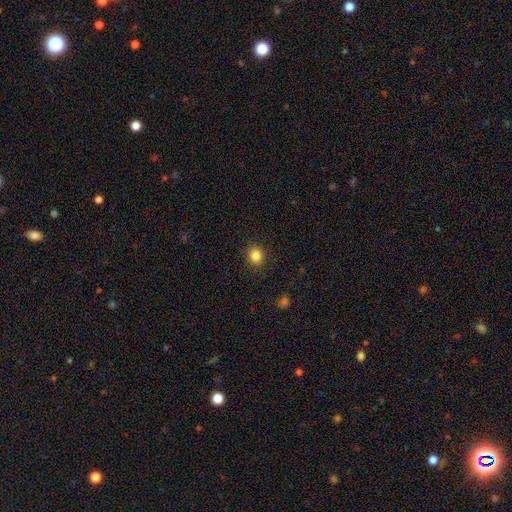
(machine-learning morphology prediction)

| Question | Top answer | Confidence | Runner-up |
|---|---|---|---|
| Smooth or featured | smooth | 84% | star or artifact (11%) |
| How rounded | round | 84% | in between (15%) |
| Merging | none | 90% | minor disturbance (7%) |